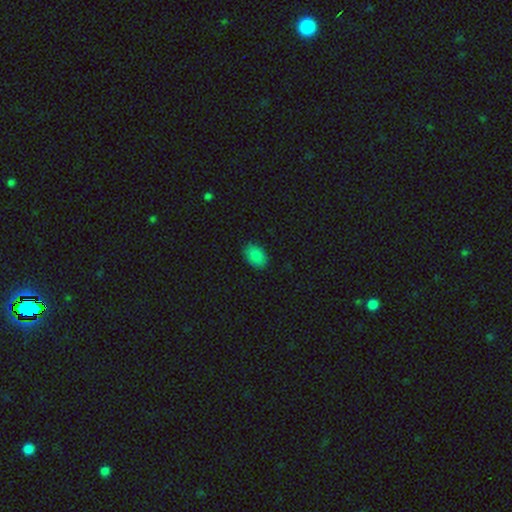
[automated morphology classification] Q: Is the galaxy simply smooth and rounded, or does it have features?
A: smooth — 87%.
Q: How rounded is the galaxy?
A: in between — 84%.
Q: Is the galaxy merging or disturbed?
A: none — 86%.